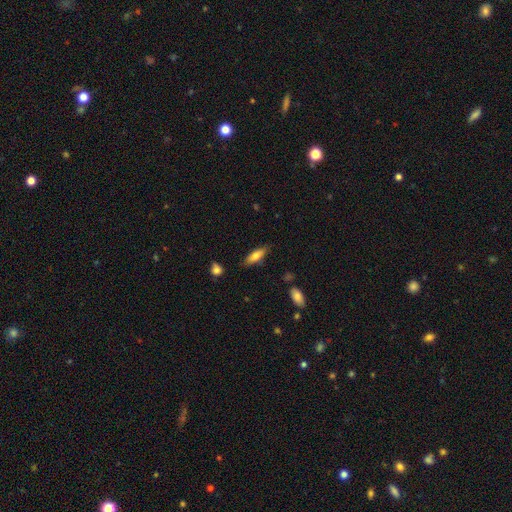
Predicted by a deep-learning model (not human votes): A smooth galaxy with no disk features (72%) that is in between round and cigar-shaped (55%). Merging: none (79%).